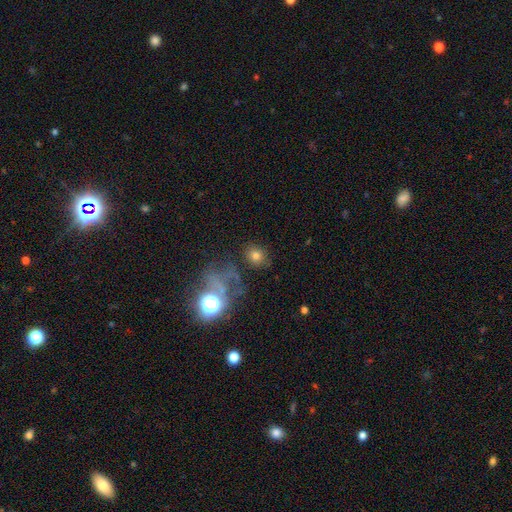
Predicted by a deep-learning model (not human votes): This appears to be a smooth galaxy with no disk features (70%) that is round (73%). Merging: none (75%).